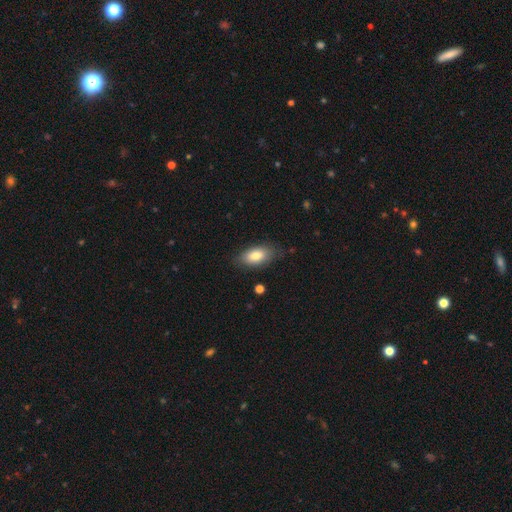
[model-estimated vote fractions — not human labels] Smooth or featured: smooth — 81% (featured or disk — 12%)
How rounded: in between — 90% (cigar-shaped — 6%)
Merging: none — 78% (minor disturbance — 17%)